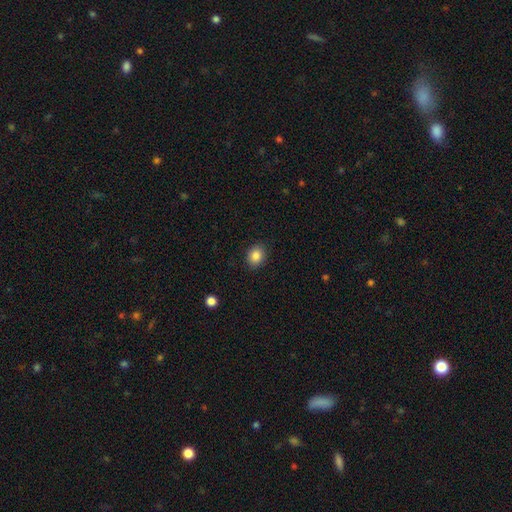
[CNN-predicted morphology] Smooth or featured: smooth — 86% (star or artifact — 9%)
How rounded: in between — 51% (round — 48%)
Merging: none — 89% (minor disturbance — 8%)